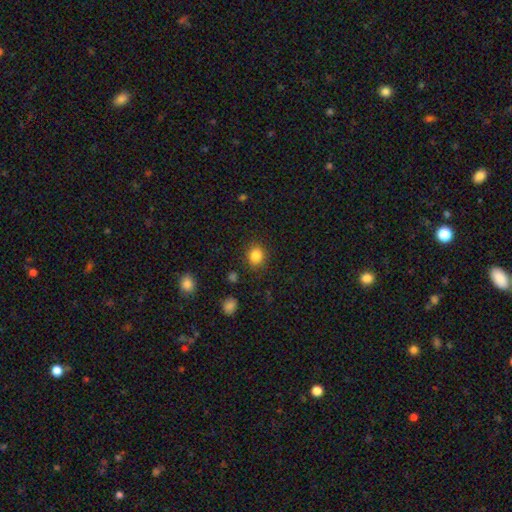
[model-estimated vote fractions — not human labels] Morphology: type=smooth (85%); roundness=round (70%); merging=none (87%).